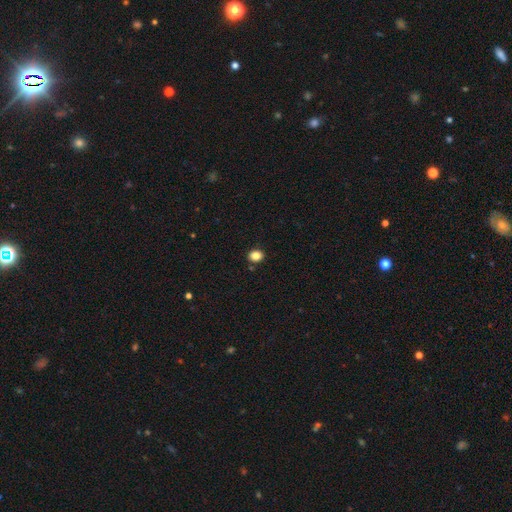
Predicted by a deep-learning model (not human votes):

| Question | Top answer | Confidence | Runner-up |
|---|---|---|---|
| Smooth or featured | smooth | 85% | star or artifact (11%) |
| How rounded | round | 56% | in between (43%) |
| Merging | none | 86% | minor disturbance (9%) |